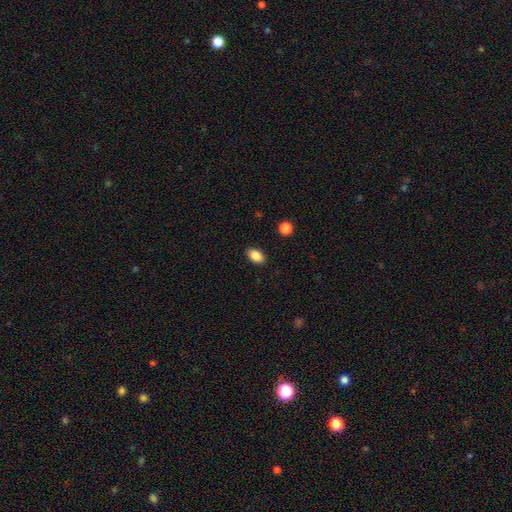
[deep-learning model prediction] smooth 87%, star or artifact 8%, featured or disk 5%. Down the decision tree: how rounded — in between (89%); merging — none (89%).